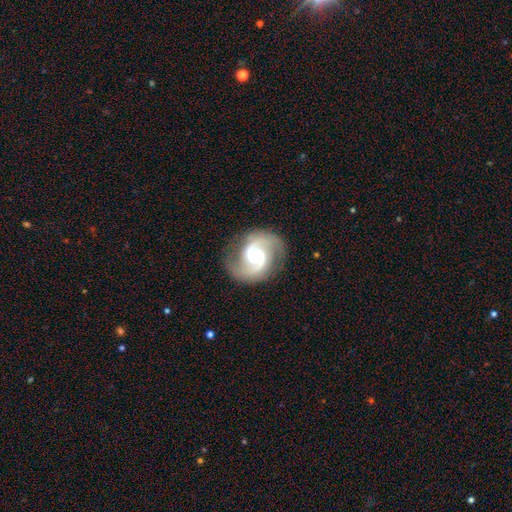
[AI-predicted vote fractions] Q: Smooth or featured?
A: featured or disk (91%); runner-up: smooth (5%)
Q: Edge-on disk?
A: no (98%); runner-up: yes (2%)
Q: Bar?
A: no (47%); runner-up: weak (43%)
Q: Spiral arms?
A: yes (98%); runner-up: no (2%)
Q: Spiral winding?
A: medium (59%); runner-up: loose (21%)
Q: Spiral arm count?
A: 2 (93%); runner-up: can't tell (2%)
Q: Bulge size?
A: moderate (60%); runner-up: small (30%)
Q: Merging?
A: none (80%); runner-up: minor disturbance (13%)